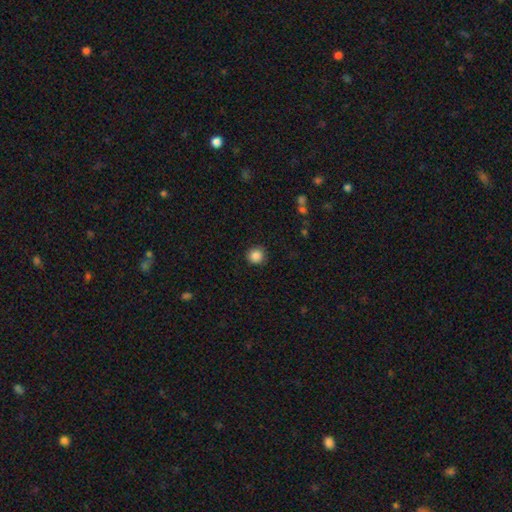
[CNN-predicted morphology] Q: Smooth or featured?
A: smooth (87%); runner-up: star or artifact (10%)
Q: How rounded?
A: round (94%); runner-up: in between (6%)
Q: Merging?
A: none (90%); runner-up: minor disturbance (6%)